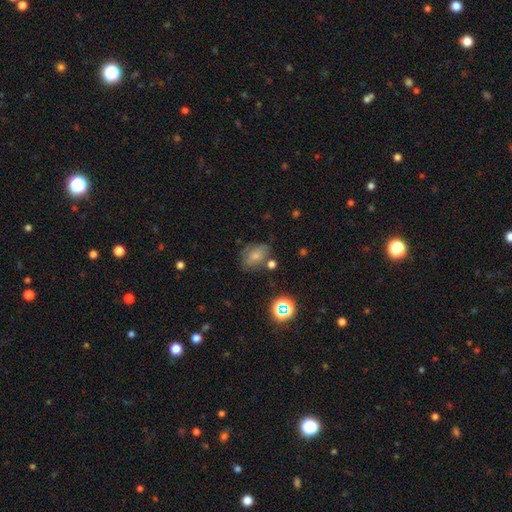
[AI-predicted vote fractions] Q: Smooth or featured?
A: smooth (61%); runner-up: featured or disk (23%)
Q: How rounded?
A: in between (68%); runner-up: round (30%)
Q: Merging?
A: none (54%); runner-up: minor disturbance (26%)